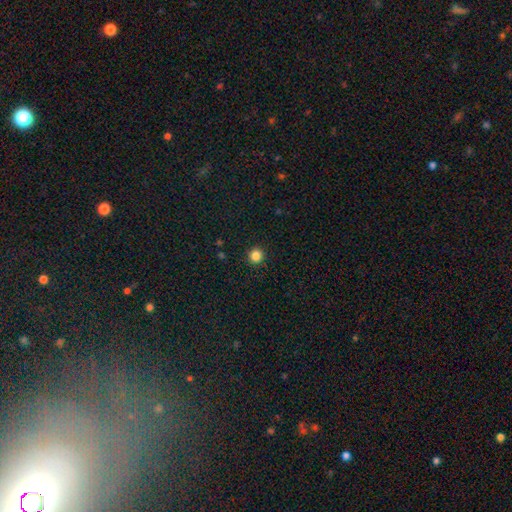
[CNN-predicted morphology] A smooth galaxy with no disk features (85%) that is round (94%).

Vote fractions:
- Smooth or featured? smooth: 85% / star or artifact: 12% / featured or disk: 3%
- How rounded? round: 94% / in between: 5% / cigar-shaped: 1%
- Merging? none: 93% / minor disturbance: 5% / major disturbance: 2% / merger: 1%